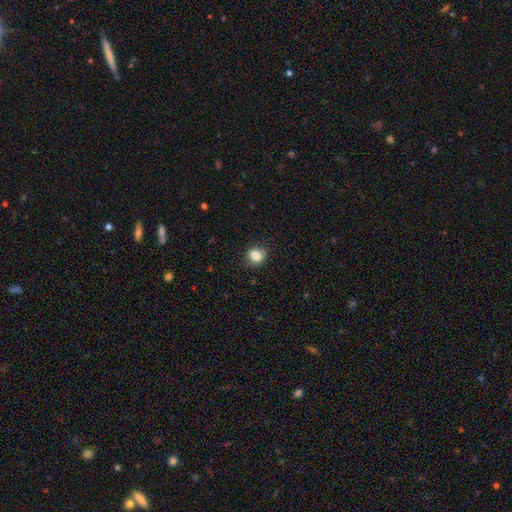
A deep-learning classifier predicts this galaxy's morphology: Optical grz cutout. It shows a smooth galaxy with no disk features (82%) that is round (69%). Merging: none (82%).